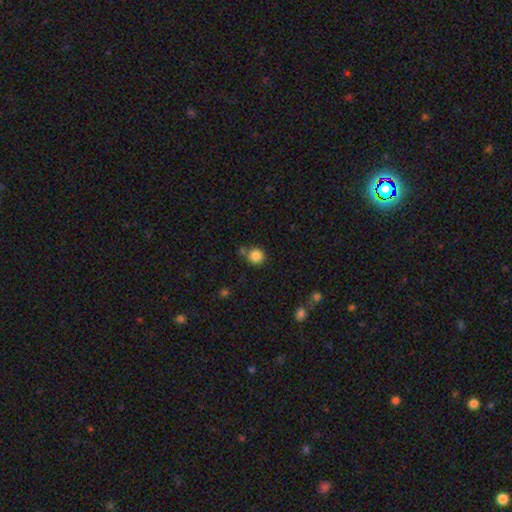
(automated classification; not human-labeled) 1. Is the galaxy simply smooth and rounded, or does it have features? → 85% smooth, 11% star or artifact, 4% featured or disk.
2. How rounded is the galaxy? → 93% round, 6% in between, 1% cigar-shaped.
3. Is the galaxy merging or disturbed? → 74% none, 12% merger, 10% minor disturbance, 3% major disturbance.